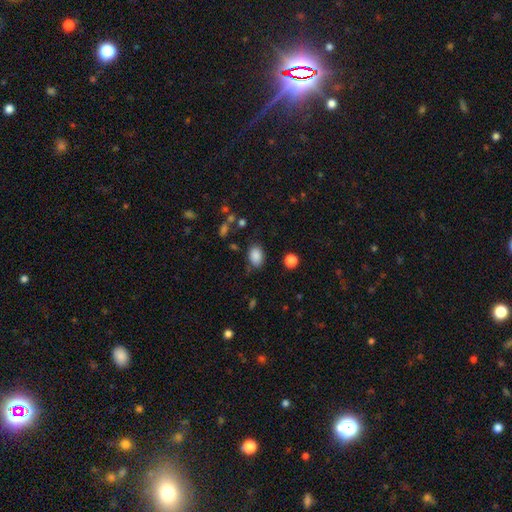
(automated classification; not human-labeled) smooth-or-featured: smooth: 86% | star or artifact: 9% | featured or disk: 5%
  how-rounded: in between: 79% | round: 20% | cigar-shaped: 1%
  merging: none: 75% | minor disturbance: 18% | major disturbance: 5% | merger: 3%